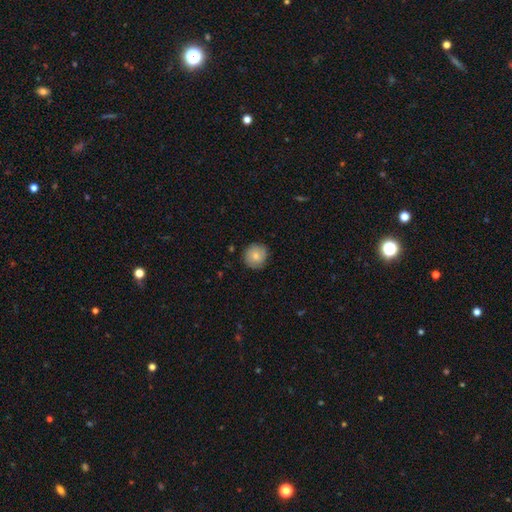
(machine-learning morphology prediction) Smooth or featured? Predicted: smooth (p=0.77). How rounded? Predicted: round (p=0.92). Merging? Predicted: none (p=0.84).